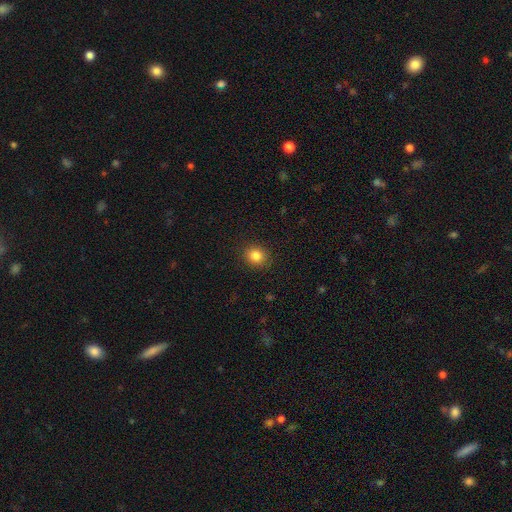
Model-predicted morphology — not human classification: Smooth or featured: smooth — 84% (star or artifact — 11%)
How rounded: round — 80% (in between — 19%)
Merging: none — 90% (minor disturbance — 7%)